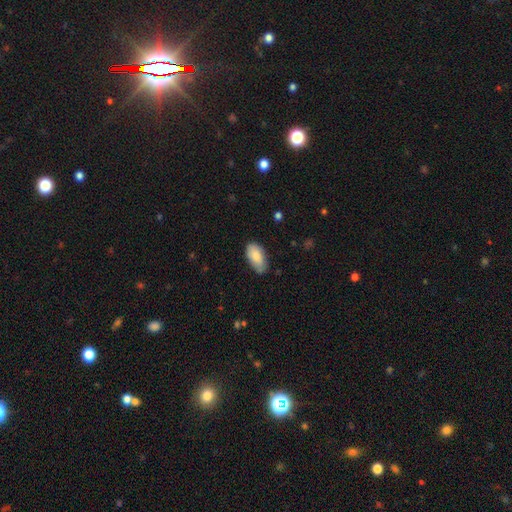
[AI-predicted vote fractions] Smooth or featured?
  - smooth: 83% *
  - featured or disk: 11%
  - star or artifact: 6%
How rounded?
  - in between: 95% *
  - round: 3%
  - cigar-shaped: 3%
Merging?
  - none: 71% *
  - minor disturbance: 24%
  - major disturbance: 4%
  - merger: 1%